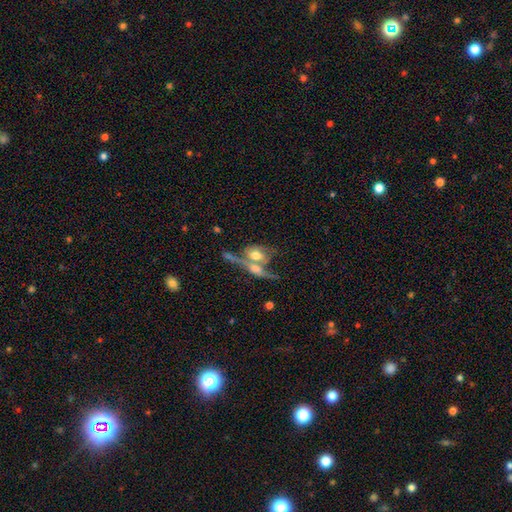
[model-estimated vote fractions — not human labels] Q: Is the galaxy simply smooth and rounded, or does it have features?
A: featured or disk — 52%.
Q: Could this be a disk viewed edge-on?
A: no — 57%.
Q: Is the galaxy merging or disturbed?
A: merger — 56%.